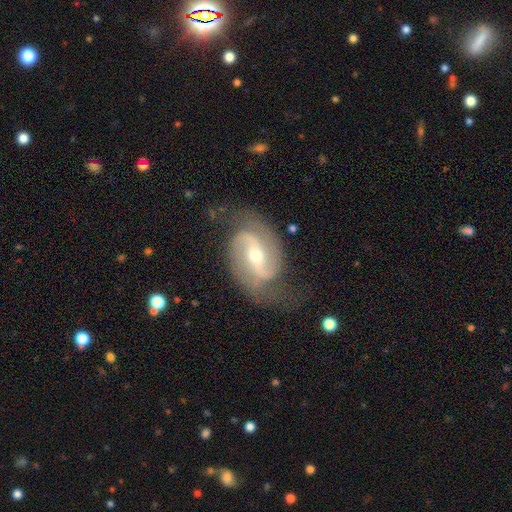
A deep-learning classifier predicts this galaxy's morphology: Smooth or featured? Predicted: featured or disk (p=0.90). Edge-on disk? Predicted: no (p=0.97). Bar? Predicted: weak (p=0.38, tied with strong). Spiral arms? Predicted: yes (p=0.97). Spiral winding? Predicted: medium (p=0.50). Spiral arm count? Predicted: 2 (p=0.92). Bulge size? Predicted: small (p=0.51). Merging? Predicted: none (p=0.67).